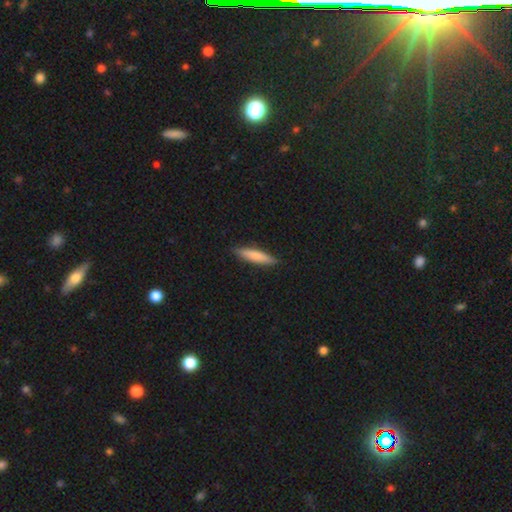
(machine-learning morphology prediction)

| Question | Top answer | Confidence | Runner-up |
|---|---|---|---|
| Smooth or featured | smooth | 77% | featured or disk (17%) |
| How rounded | cigar-shaped | 84% | in between (15%) |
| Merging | none | 89% | minor disturbance (8%) |